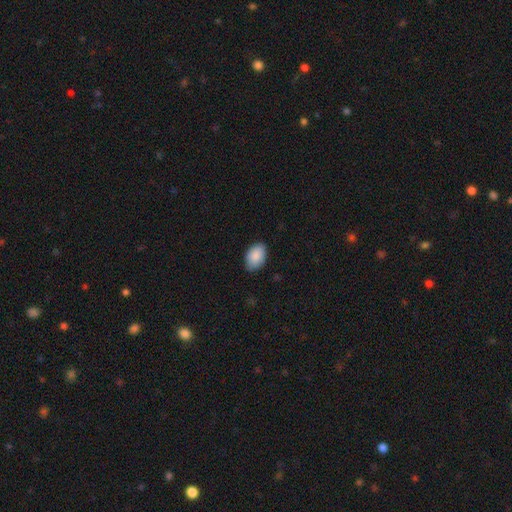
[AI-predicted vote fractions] The model was most divided on "merging": none: 83%, minor disturbance: 14%, major disturbance: 2%, merger: 1%. More confident: how rounded — in between (90%); smooth or featured — smooth (89%).